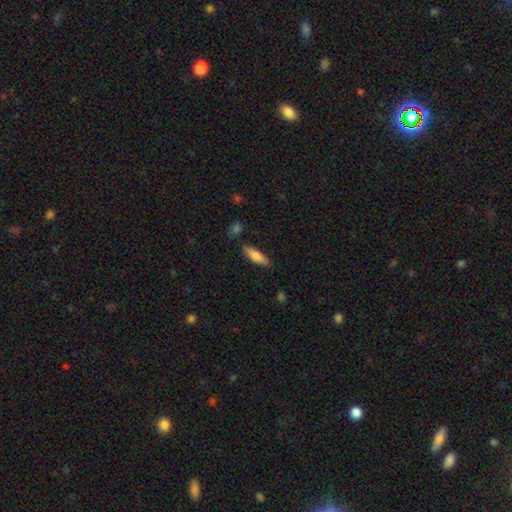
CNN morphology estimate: The model was most divided on "how rounded": cigar-shaped: 58%, in between: 40%, round: 2%. More confident: merging — none (84%); smooth or featured — smooth (75%).